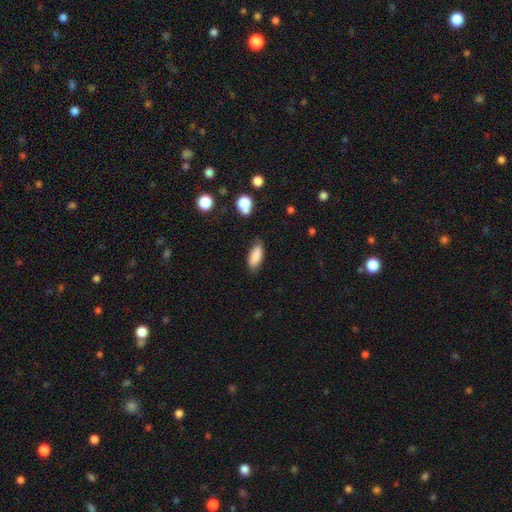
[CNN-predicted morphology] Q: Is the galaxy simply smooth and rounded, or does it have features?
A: smooth — 86%.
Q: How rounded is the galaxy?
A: in between — 81%.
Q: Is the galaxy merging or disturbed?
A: none — 76%.